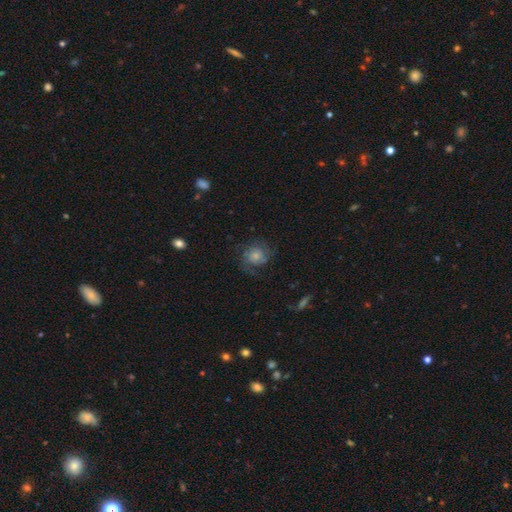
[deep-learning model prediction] Morphology: type=smooth (48%); merging=none (62%).